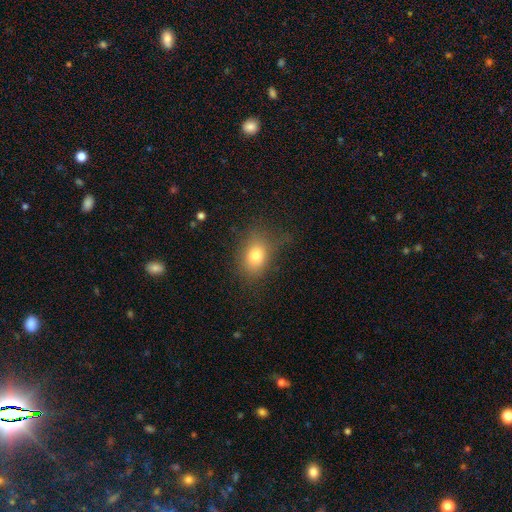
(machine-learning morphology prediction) A smooth galaxy with no disk features (76%) that is in between round and cigar-shaped (67%).

Vote fractions:
- Smooth or featured? smooth: 76% / star or artifact: 12% / featured or disk: 11%
- How rounded? in between: 67% / round: 32% / cigar-shaped: 1%
- Merging? none: 71% / minor disturbance: 19% / major disturbance: 9% / merger: 1%